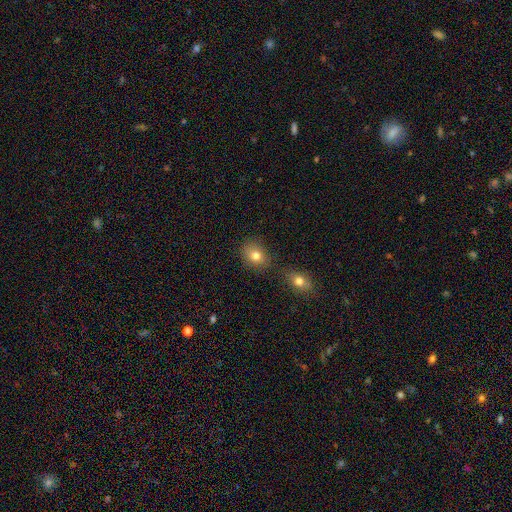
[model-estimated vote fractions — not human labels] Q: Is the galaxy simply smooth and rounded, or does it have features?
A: smooth — 79%.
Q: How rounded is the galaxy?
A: round — 55%.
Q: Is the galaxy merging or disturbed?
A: none — 72%.